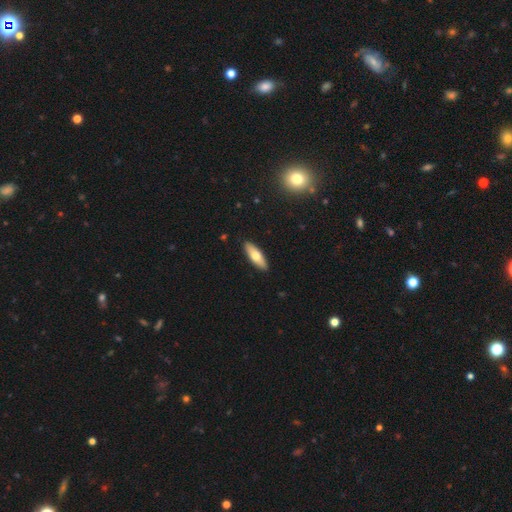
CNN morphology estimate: This is likely a smooth galaxy (64%). How rounded: possibly in between (54%). Merging: clearly none (90%).